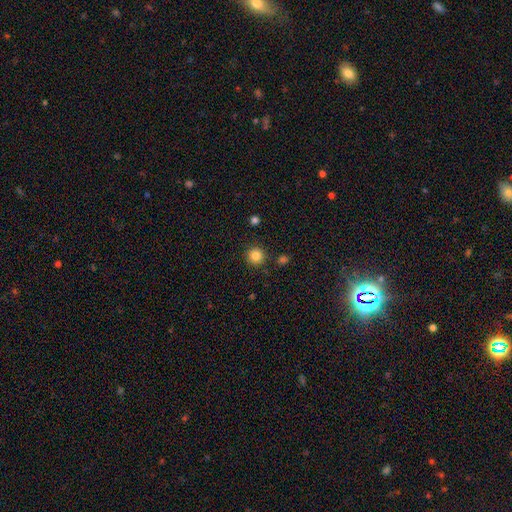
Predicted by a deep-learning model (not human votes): smooth_or_featured: smooth (p=0.85) [alt: star or artifact p=0.11]
how_rounded: round (p=0.95) [alt: in between p=0.04]
merging: none (p=0.89) [alt: minor disturbance p=0.06]